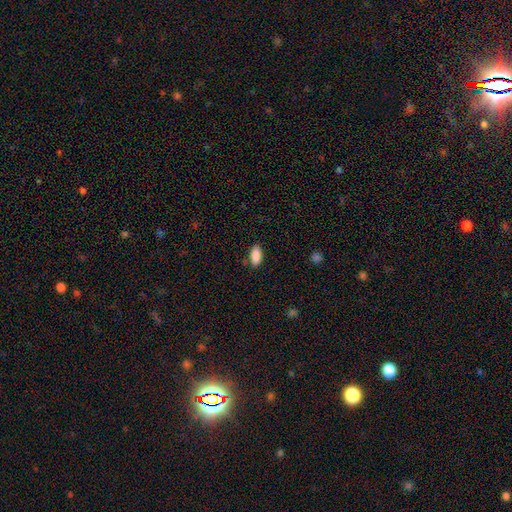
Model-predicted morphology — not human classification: smooth-or-featured: smooth: 89% | star or artifact: 7% | featured or disk: 4%
  how-rounded: in between: 91% | cigar-shaped: 7% | round: 2%
  merging: none: 84% | minor disturbance: 11% | major disturbance: 3% | merger: 2%